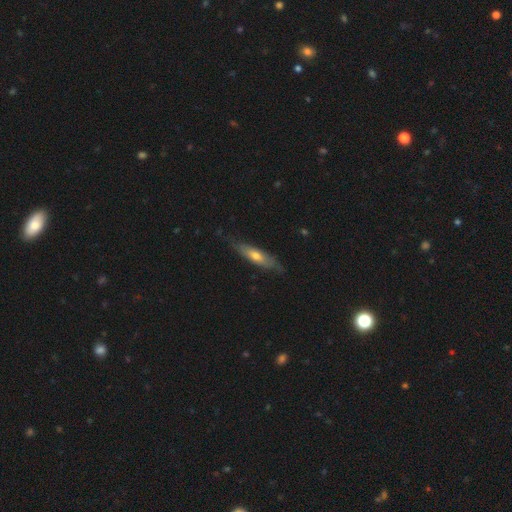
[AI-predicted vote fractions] Overall: smooth (51%; featured or disk 44%). How rounded: cigar-shaped (71%). Merging: none (75%).